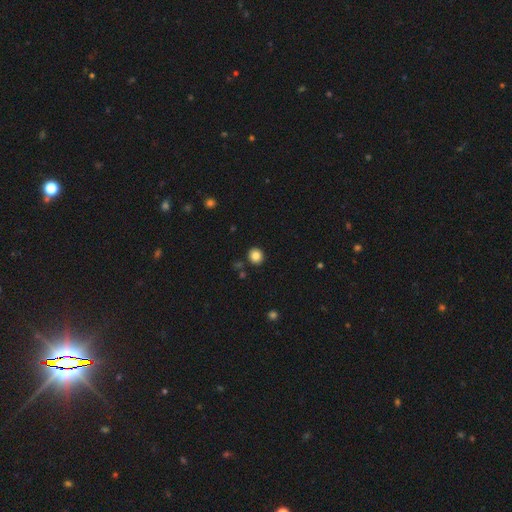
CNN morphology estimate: smooth_or_featured: smooth (p=0.84) [alt: star or artifact p=0.10]
how_rounded: round (p=0.87) [alt: in between p=0.13]
merging: none (p=0.89) [alt: minor disturbance p=0.06]